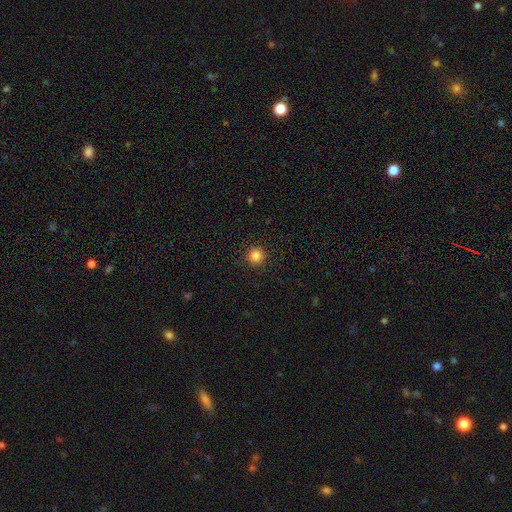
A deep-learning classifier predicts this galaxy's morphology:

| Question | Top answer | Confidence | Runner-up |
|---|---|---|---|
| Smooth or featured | smooth | 83% | star or artifact (12%) |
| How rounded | round | 96% | in between (3%) |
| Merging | none | 93% | minor disturbance (5%) |